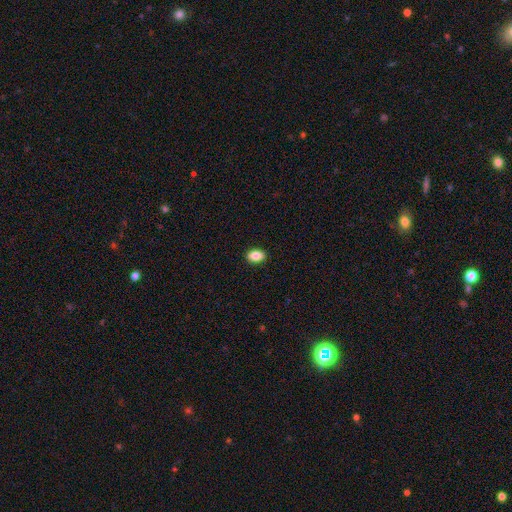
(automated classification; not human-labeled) A smooth galaxy with no disk features (86%) that is in between round and cigar-shaped (85%).

Vote fractions:
- Smooth or featured? smooth: 86% / star or artifact: 8% / featured or disk: 6%
- How rounded? in between: 85% / round: 13% / cigar-shaped: 2%
- Merging? none: 90% / minor disturbance: 7% / major disturbance: 2% / merger: 1%